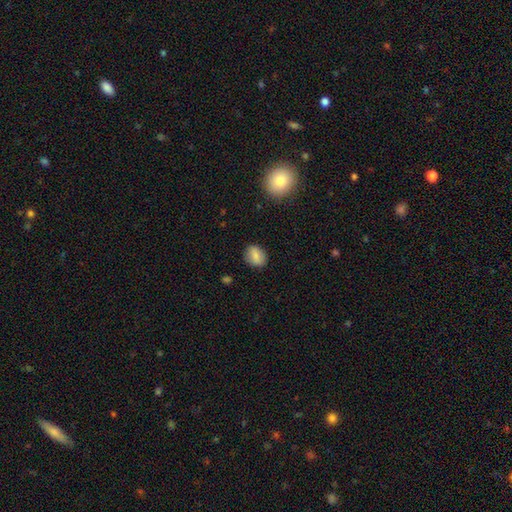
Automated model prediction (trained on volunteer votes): smooth 80%, featured or disk 11%, star or artifact 9%. Down the decision tree: how rounded — in between (53%); merging — none (85%).